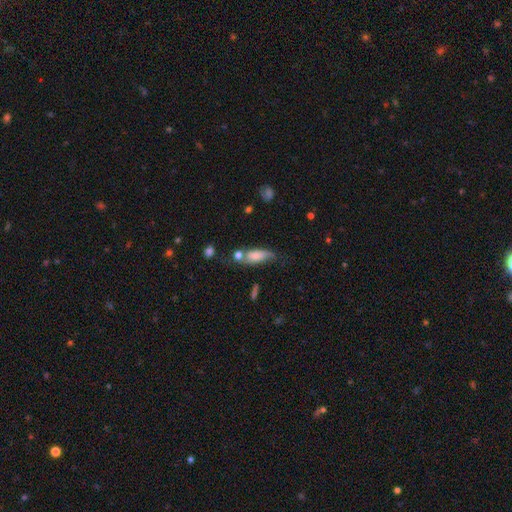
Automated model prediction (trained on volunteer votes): This appears to be a smooth galaxy with no disk features (65%) that is in between round and cigar-shaped (69%). Merging: none (42%).